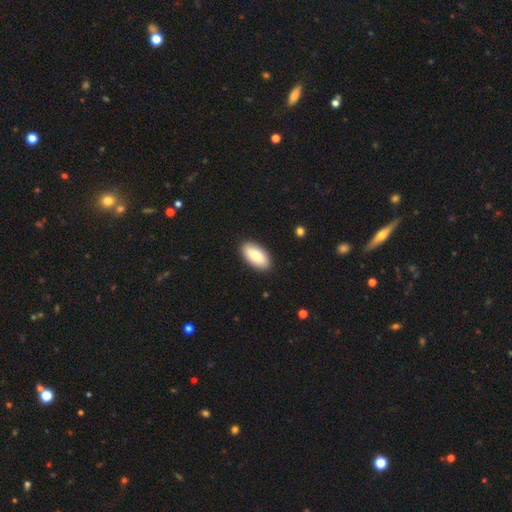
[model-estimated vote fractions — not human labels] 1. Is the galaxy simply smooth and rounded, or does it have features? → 83% smooth, 12% featured or disk, 5% star or artifact.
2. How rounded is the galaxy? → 94% in between, 4% cigar-shaped, 2% round.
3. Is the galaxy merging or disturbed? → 90% none, 7% minor disturbance, 2% major disturbance, 1% merger.